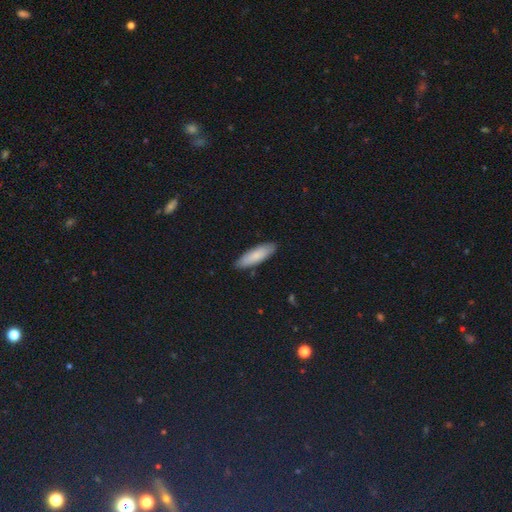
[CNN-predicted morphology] A smooth galaxy with no disk features (83%) that is cigar-shaped (56%). Merging: none (88%).